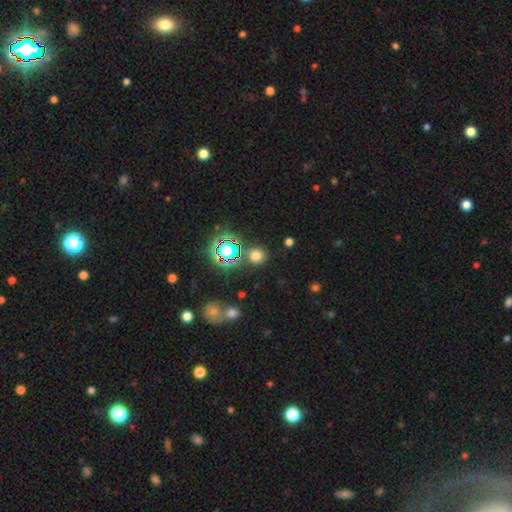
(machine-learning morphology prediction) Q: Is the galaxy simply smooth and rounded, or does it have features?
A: smooth — 67%.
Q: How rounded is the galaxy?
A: round — 89%.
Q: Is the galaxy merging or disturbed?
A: none — 82%.